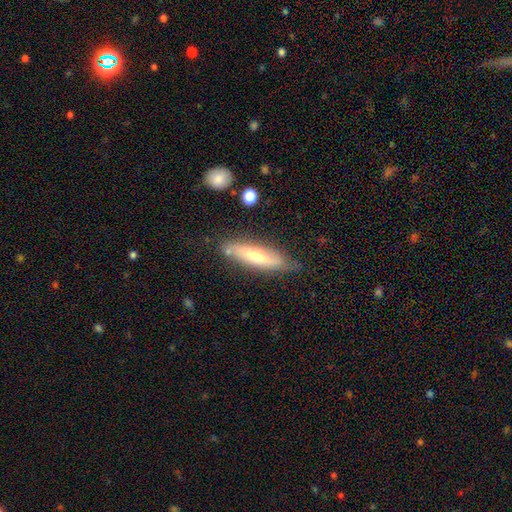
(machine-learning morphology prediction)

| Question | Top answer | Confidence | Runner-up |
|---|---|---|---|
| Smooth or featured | smooth | 50% | featured or disk (43%) |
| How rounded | cigar-shaped | 73% | in between (25%) |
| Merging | none | 71% | minor disturbance (21%) |